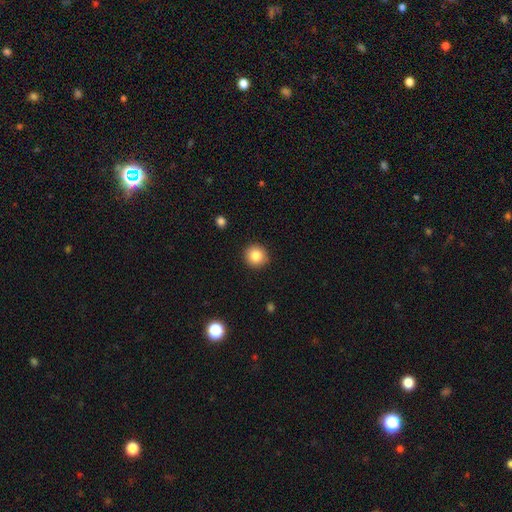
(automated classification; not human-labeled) Smooth or featured: smooth — 84% (star or artifact — 10%)
How rounded: round — 93% (in between — 6%)
Merging: none — 92% (minor disturbance — 6%)